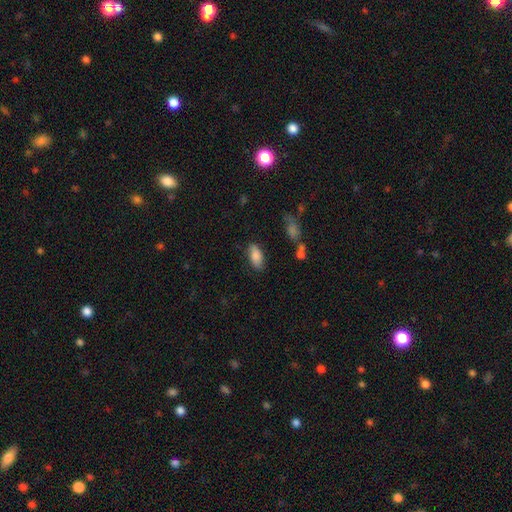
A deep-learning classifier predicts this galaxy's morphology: smooth_or_featured: smooth (p=0.84) [alt: featured or disk p=0.09]
how_rounded: in between (p=0.88) [alt: cigar-shaped p=0.10]
merging: none (p=0.78) [alt: minor disturbance p=0.15]